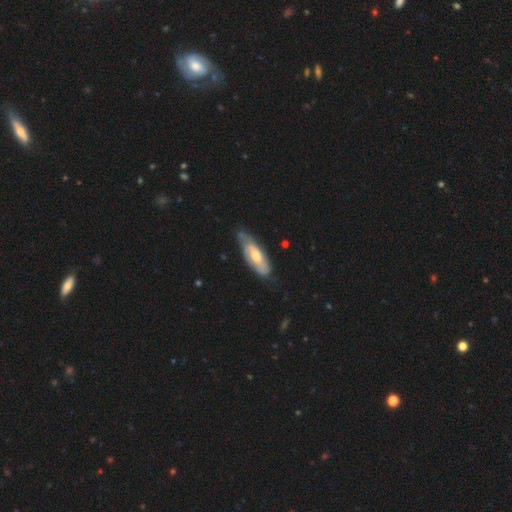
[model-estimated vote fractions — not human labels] This is possibly a featured or disk galaxy (59%). It is clearly not viewed edge-on (80%). Merging: likely none (61%).